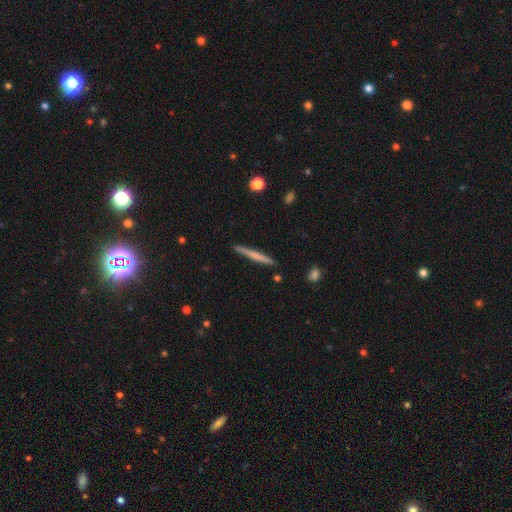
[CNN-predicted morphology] The model was most divided on "smooth or featured": smooth: 55%, featured or disk: 40%, star or artifact: 5%. More confident: how rounded — cigar-shaped (96%); merging — none (90%).